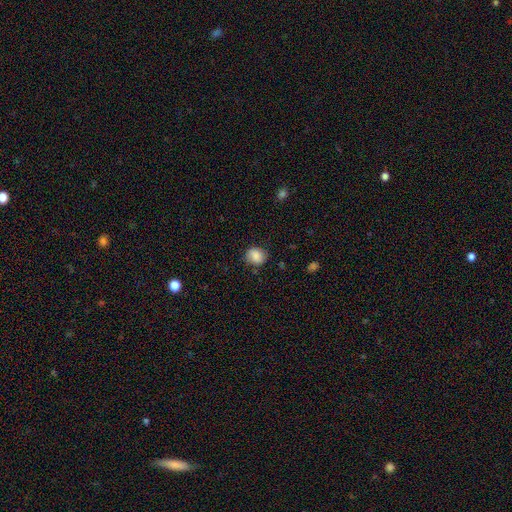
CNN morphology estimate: A smooth galaxy with no disk features (83%) that is round (71%).

Vote fractions:
- Smooth or featured? smooth: 83% / star or artifact: 9% / featured or disk: 8%
- How rounded? round: 71% / in between: 28% / cigar-shaped: 1%
- Merging? none: 79% / minor disturbance: 16% / major disturbance: 4% / merger: 1%